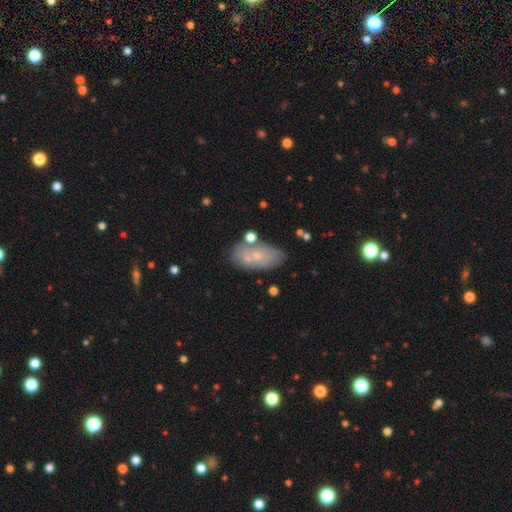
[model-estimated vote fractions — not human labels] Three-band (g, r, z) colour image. It shows a smooth galaxy with no disk features (55%) that is in between round and cigar-shaped (90%). Merging: none (65%).